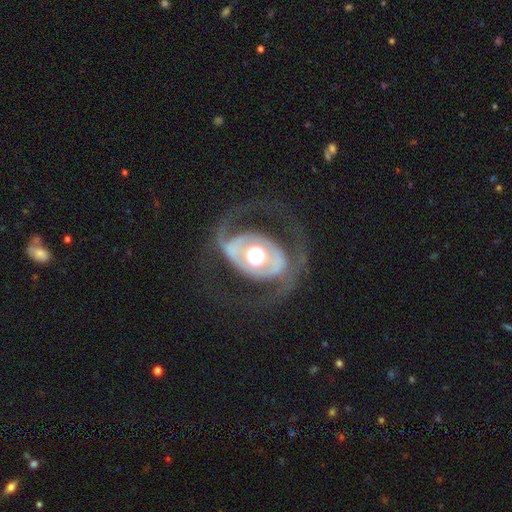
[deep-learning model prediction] This is clearly a featured or disk galaxy (81%). It is clearly not viewed edge-on (95%). Bar: likely no (74%). Spiral arm pattern: likely yes (66%). Spiral arm count: likely 2 (79%). Spiral winding: marginally medium (42%). Central bulge: possibly moderate (45%). Merging: likely none (60%).